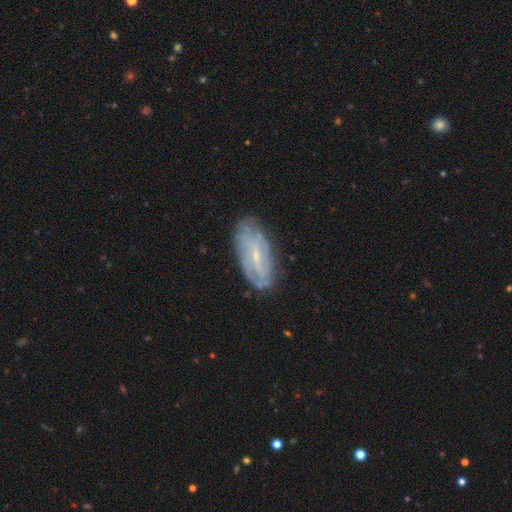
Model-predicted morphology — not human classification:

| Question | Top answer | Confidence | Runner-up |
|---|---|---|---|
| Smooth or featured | featured or disk | 70% | smooth (22%) |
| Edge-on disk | no | 89% | yes (11%) |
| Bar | weak | 48% | no (30%) |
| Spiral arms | yes | 76% | no (24%) |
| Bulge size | small | 73% | moderate (19%) |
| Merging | none | 75% | minor disturbance (18%) |